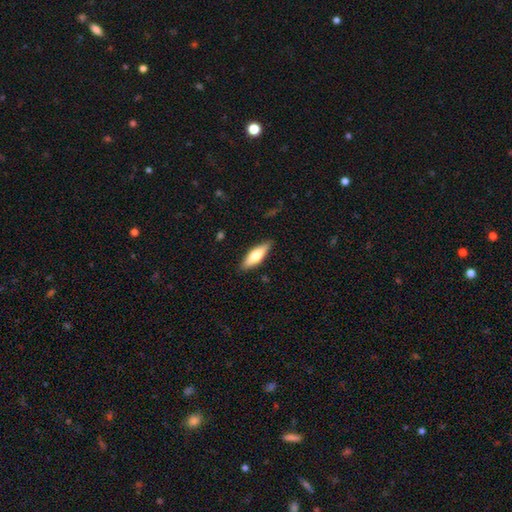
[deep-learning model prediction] Smooth or featured? smooth (62%)
How rounded? in between (50%)
Merging? none (88%)